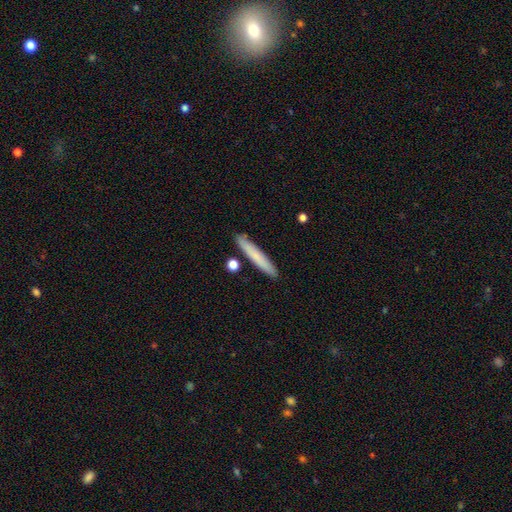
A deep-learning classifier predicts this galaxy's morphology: A smooth galaxy with no disk features (72%) that is cigar-shaped (94%).

Vote fractions:
- Smooth or featured? smooth: 72% / featured or disk: 21% / star or artifact: 6%
- How rounded? cigar-shaped: 94% / in between: 5% / round: 1%
- Merging? none: 86% / minor disturbance: 8% / merger: 3% / major disturbance: 2%